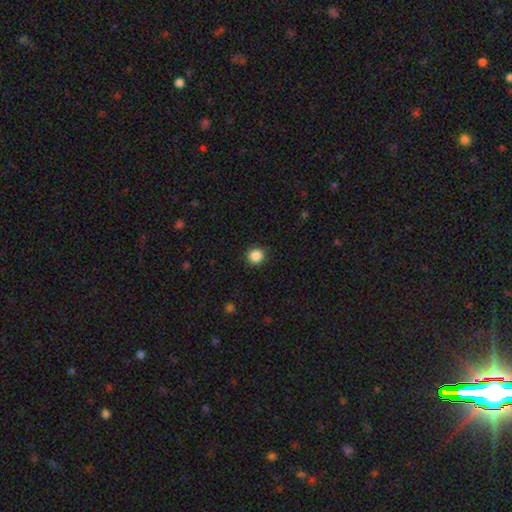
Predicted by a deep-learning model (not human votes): smooth 87%, star or artifact 10%, featured or disk 3%. Down the decision tree: how rounded — round (94%); merging — none (92%).